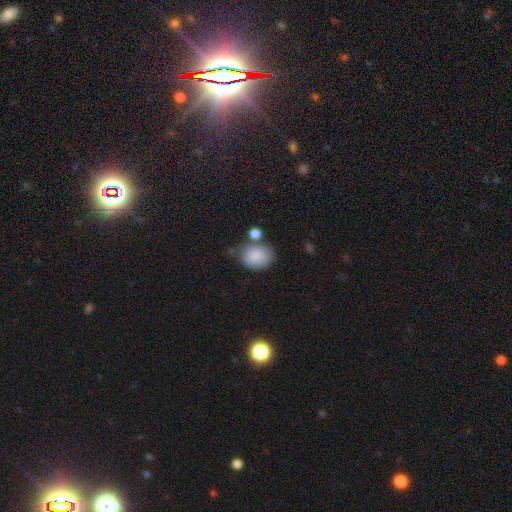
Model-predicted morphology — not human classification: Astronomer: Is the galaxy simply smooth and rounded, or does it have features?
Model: smooth — 86%.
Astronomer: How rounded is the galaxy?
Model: in between — 57% (runner-up: round, 42%).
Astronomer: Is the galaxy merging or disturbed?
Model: none — 54%.